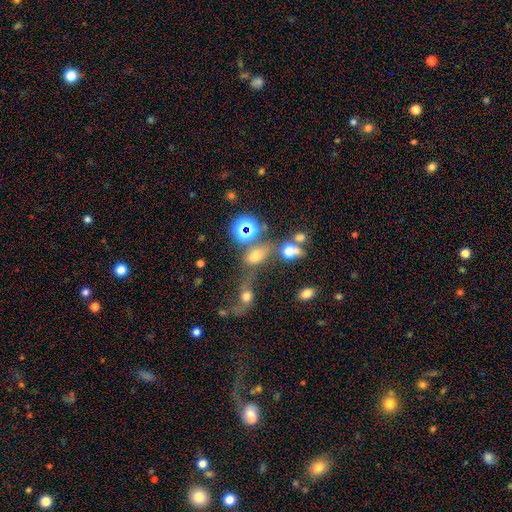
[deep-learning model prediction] This appears to be a smooth galaxy with no disk features (59%) that is in between round and cigar-shaped (68%). Merging: none (38%).